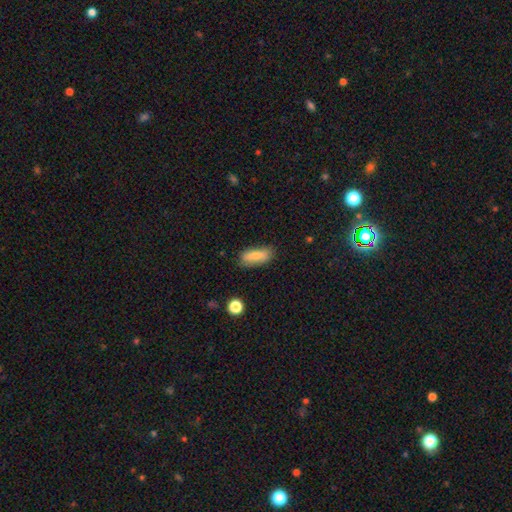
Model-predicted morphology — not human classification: A smooth galaxy with no disk features (75%) that is in between round and cigar-shaped (71%).

Vote fractions:
- Smooth or featured? smooth: 75% / featured or disk: 18% / star or artifact: 7%
- How rounded? in between: 71% / cigar-shaped: 26% / round: 3%
- Merging? none: 78% / minor disturbance: 17% / major disturbance: 4% / merger: 2%